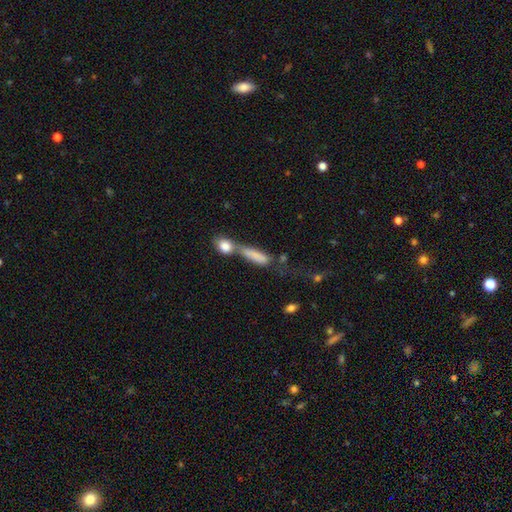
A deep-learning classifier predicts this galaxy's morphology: Smooth or featured: smooth — 76% (featured or disk — 15%)
How rounded: cigar-shaped — 50% (in between — 43%)
Merging: merger — 57% (none — 22%)